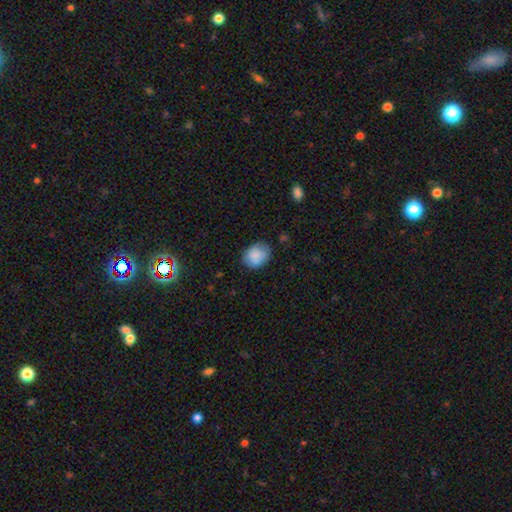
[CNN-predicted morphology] A smooth galaxy with no disk features (88%) that is in between round and cigar-shaped (54%).

Vote fractions:
- Smooth or featured? smooth: 88% / star or artifact: 7% / featured or disk: 5%
- How rounded? in between: 54% / round: 45% / cigar-shaped: 1%
- Merging? none: 77% / minor disturbance: 18% / major disturbance: 3% / merger: 1%